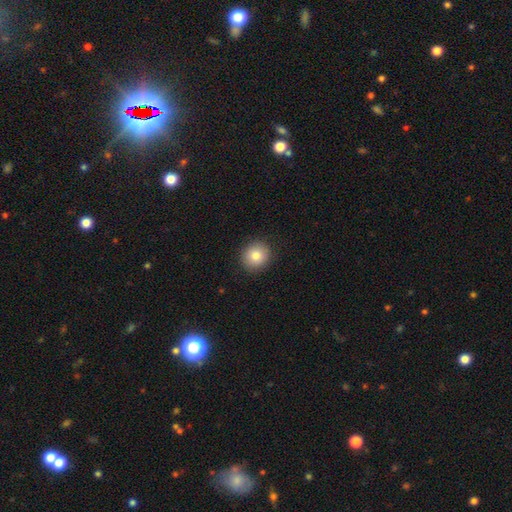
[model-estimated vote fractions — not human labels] smooth 82%, star or artifact 9%, featured or disk 9%. Down the decision tree: how rounded — round (89%); merging — none (91%).